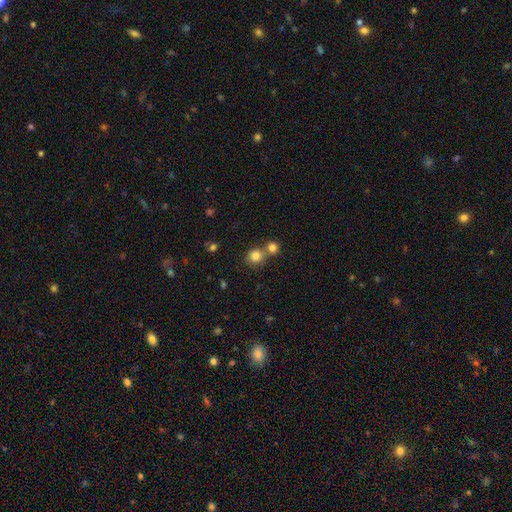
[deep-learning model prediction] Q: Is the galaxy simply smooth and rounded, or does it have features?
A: smooth — 82%.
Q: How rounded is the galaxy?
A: round — 83%.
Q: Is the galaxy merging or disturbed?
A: none — 54%.